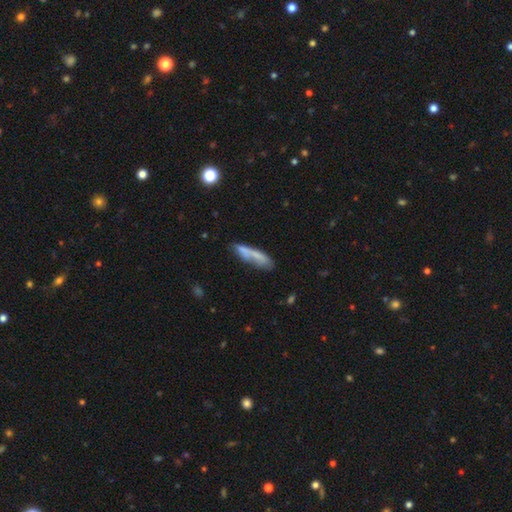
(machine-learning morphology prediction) Overall: smooth (69%). How rounded: cigar-shaped (76%). Merging: none (51%; minor disturbance 24%).